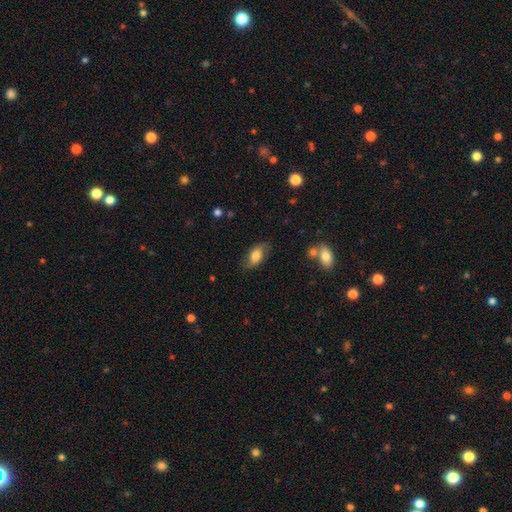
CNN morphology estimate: A smooth galaxy with no disk features (65%) that is in between round and cigar-shaped (90%). Merging: none (72%).